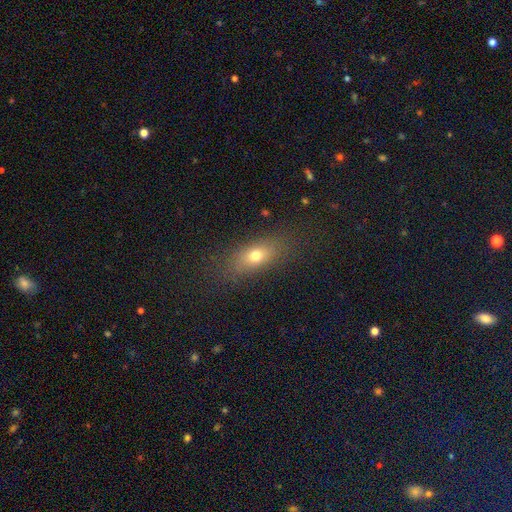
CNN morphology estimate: type=smooth (69%); roundness=in between (72%); merging=none (81%).